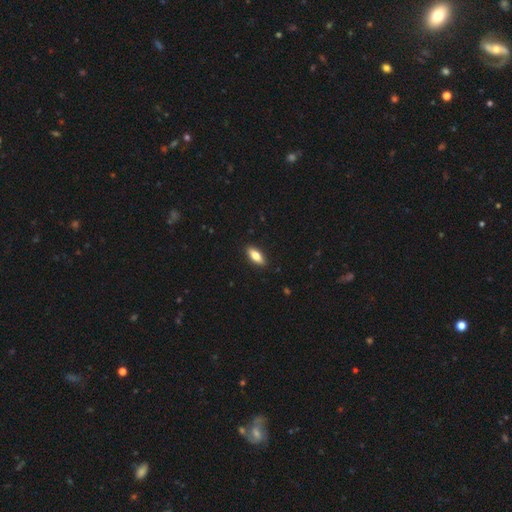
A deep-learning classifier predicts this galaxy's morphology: A smooth galaxy with no disk features (76%) that is in between round and cigar-shaped (76%). Merging: none (89%).